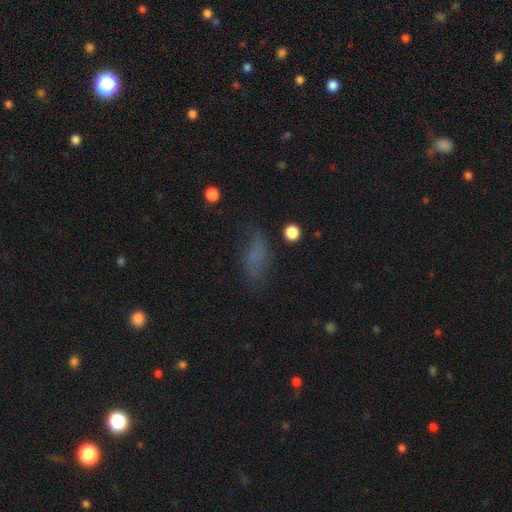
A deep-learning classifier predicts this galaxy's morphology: A smooth galaxy with no disk features (59%) that is in between round and cigar-shaped (76%). Merging: none (57%).